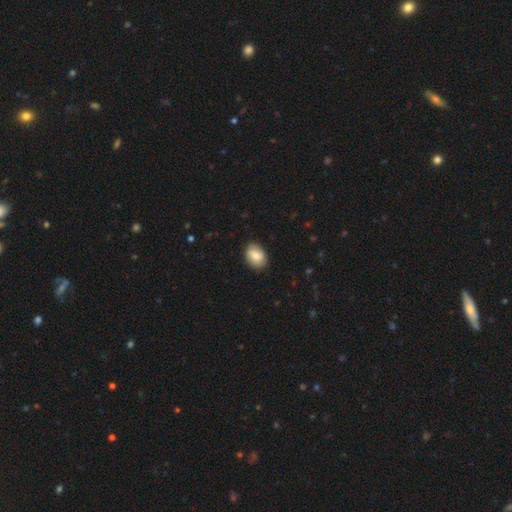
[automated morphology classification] Smooth or featured? smooth (79%)
How rounded? in between (72%)
Merging? none (83%)